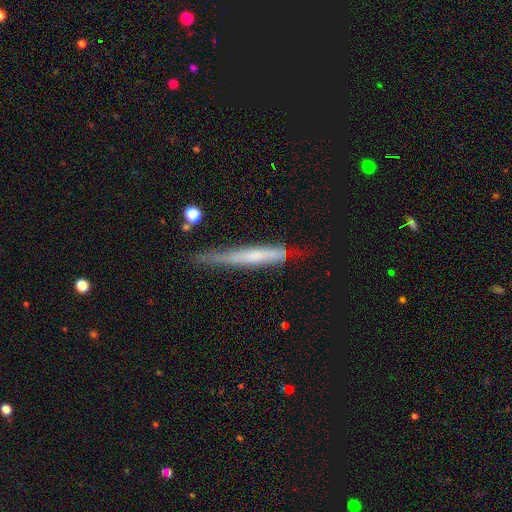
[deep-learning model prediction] Smooth or featured? featured or disk (48%)
Merging? none (51%)